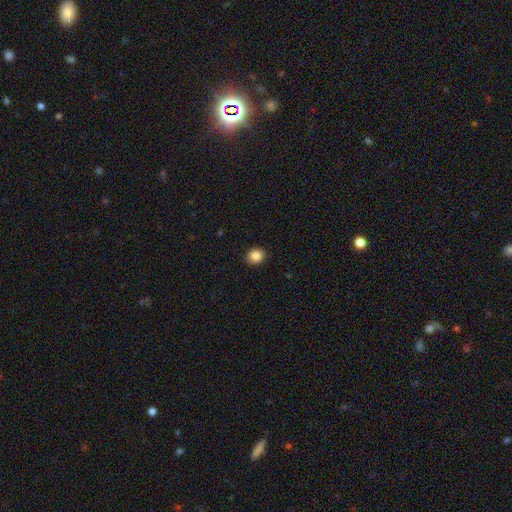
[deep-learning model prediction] Morphology: type=smooth (85%); roundness=round (72%); merging=none (91%).